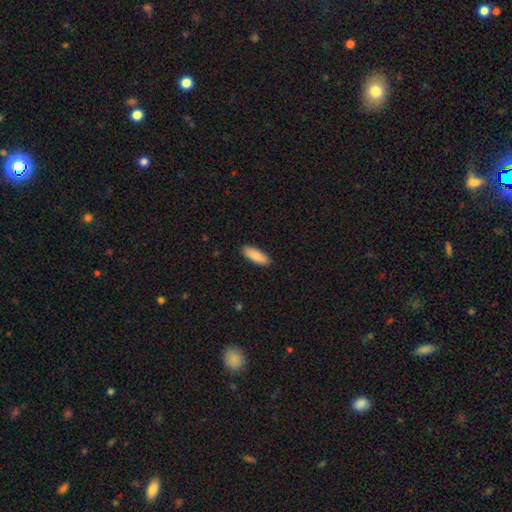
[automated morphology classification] The model was most divided on "how rounded": in between: 67%, cigar-shaped: 31%, round: 2%. More confident: merging — none (90%); smooth or featured — smooth (89%).